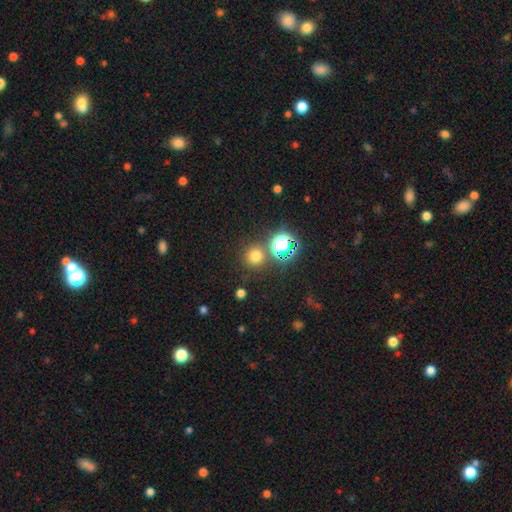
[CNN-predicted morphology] type=smooth (68%); roundness=round (93%); merging=none (81%).